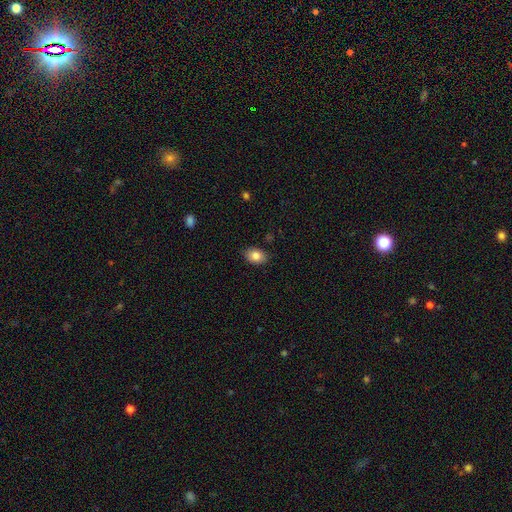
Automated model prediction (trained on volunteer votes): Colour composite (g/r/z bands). It shows a smooth galaxy with no disk features (83%) that is in between round and cigar-shaped (79%). Merging: none (86%).